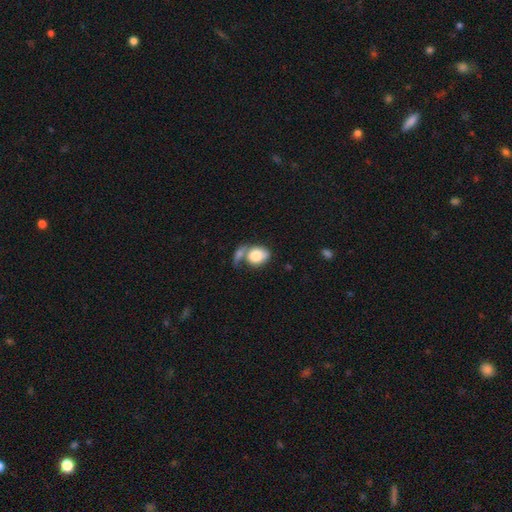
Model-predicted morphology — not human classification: Smooth or featured? Predicted: smooth (p=0.77). How rounded? Predicted: in between (p=0.60). Merging? Predicted: merger (p=0.45).